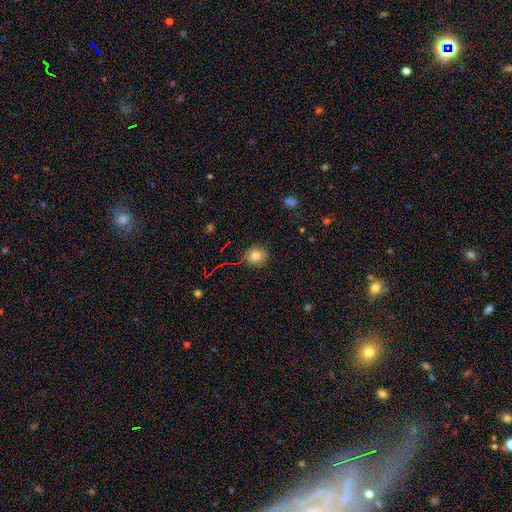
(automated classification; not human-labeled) smooth-or-featured: smooth: 79% | star or artifact: 14% | featured or disk: 8%
  how-rounded: round: 87% | in between: 12% | cigar-shaped: 1%
  merging: none: 85% | minor disturbance: 10% | major disturbance: 3% | merger: 2%